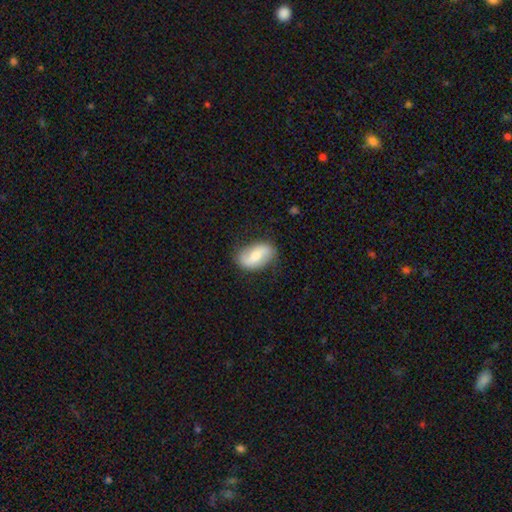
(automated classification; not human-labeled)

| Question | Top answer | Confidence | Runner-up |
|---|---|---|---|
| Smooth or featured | featured or disk | 49% | smooth (45%) |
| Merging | none | 79% | minor disturbance (16%) |